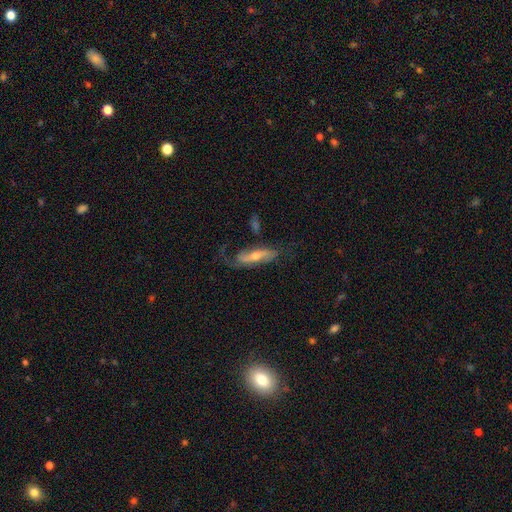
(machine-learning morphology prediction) type=featured or disk (69%); edge-on=no (74%); bar=no (43%); spiral arms=yes (86%); bulge=moderate (58%); merging=none (53%).